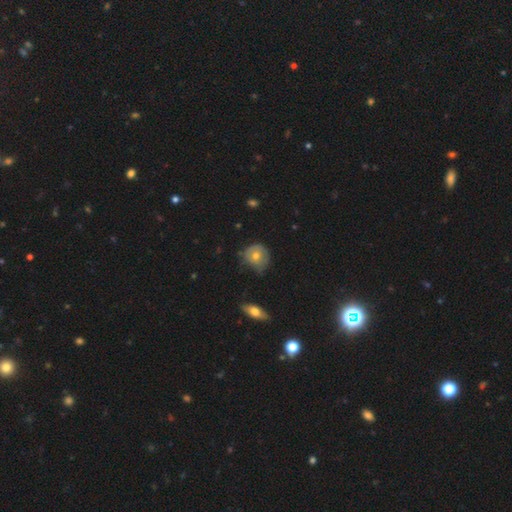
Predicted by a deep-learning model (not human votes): The model was most divided on "merging": none: 50%, minor disturbance: 36%, major disturbance: 12%, merger: 2%. More confident: how rounded — round (79%); smooth or featured — smooth (60%).